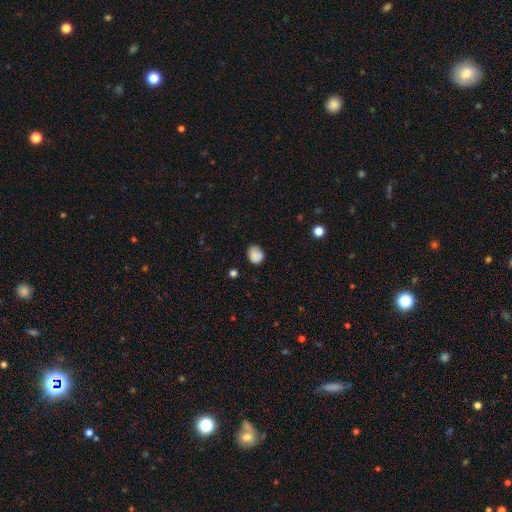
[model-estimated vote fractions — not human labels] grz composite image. It shows a smooth galaxy with no disk features (85%) that is round (58%). Merging: none (70%).